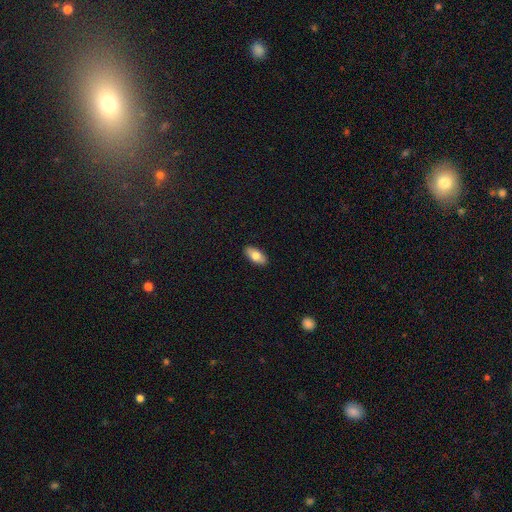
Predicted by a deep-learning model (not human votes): A smooth galaxy with no disk features (76%) that is in between round and cigar-shaped (90%).

Vote fractions:
- Smooth or featured? smooth: 76% / featured or disk: 18% / star or artifact: 6%
- How rounded? in between: 90% / cigar-shaped: 8% / round: 3%
- Merging? none: 90% / minor disturbance: 8% / major disturbance: 2% / merger: 1%